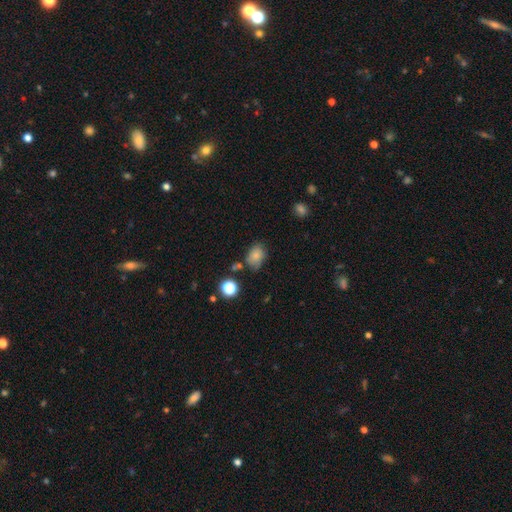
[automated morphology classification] This appears to be a smooth galaxy with no disk features (79%) that is in between round and cigar-shaped (72%). Merging: none (60%).